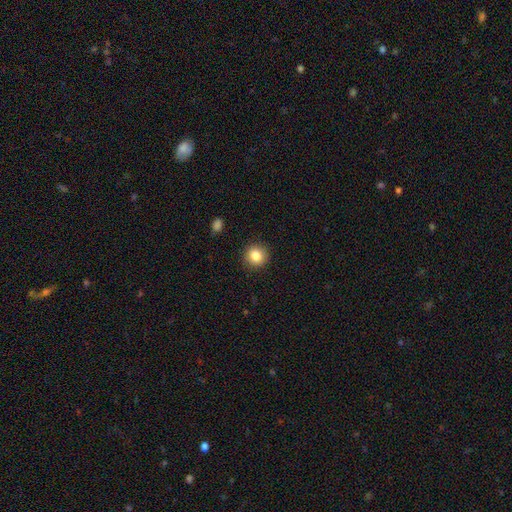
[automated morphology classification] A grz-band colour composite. It shows a smooth galaxy with no disk features (84%) that is round (91%). Merging: none (90%).